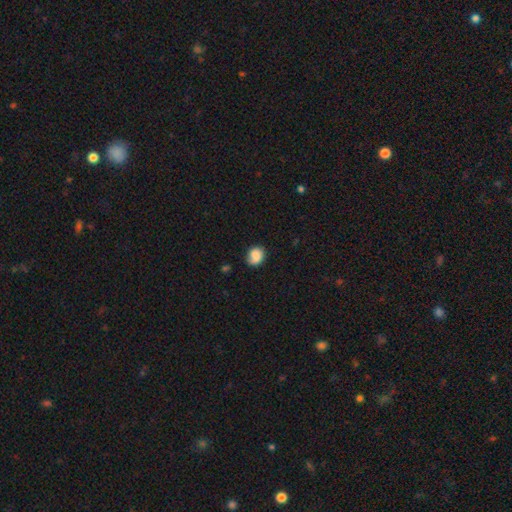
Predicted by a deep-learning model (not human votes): The model was most divided on "how rounded": round: 56%, in between: 43%, cigar-shaped: 1%. More confident: smooth or featured — smooth (78%); merging — none (66%).